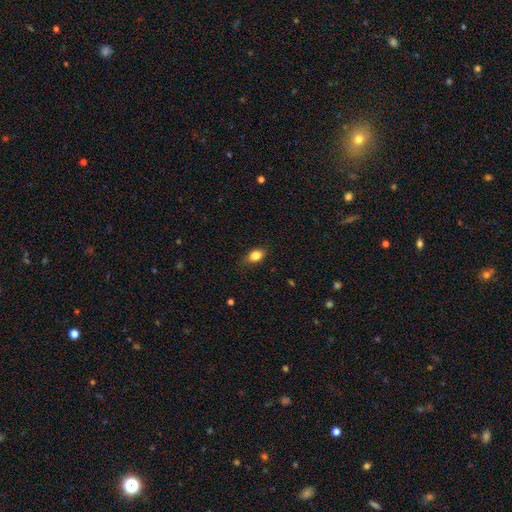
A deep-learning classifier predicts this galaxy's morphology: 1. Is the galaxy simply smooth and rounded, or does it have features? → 84% smooth, 9% star or artifact, 7% featured or disk.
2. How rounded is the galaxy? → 81% in between, 16% round, 3% cigar-shaped.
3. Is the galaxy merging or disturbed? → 80% none, 16% minor disturbance, 3% major disturbance, 1% merger.